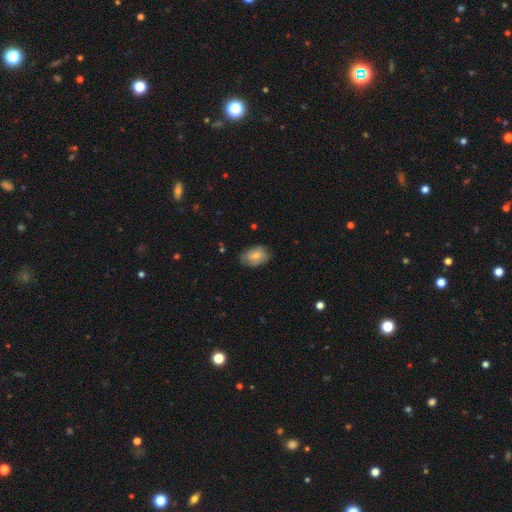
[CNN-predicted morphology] A smooth galaxy with no disk features (71%) that is in between round and cigar-shaped (85%). Merging: none (71%).